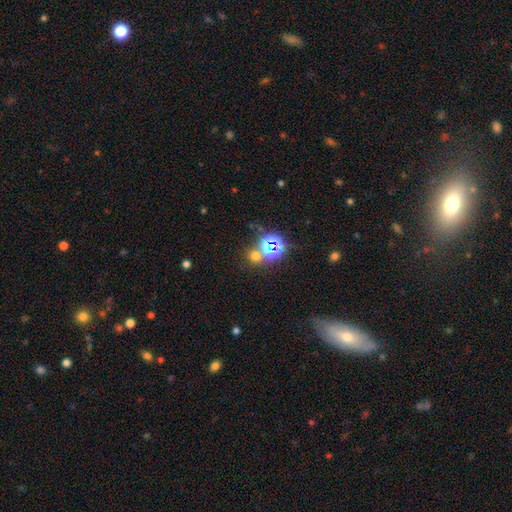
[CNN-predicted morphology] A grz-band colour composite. It shows a smooth galaxy with no disk features (50%). Merging: none (70%).